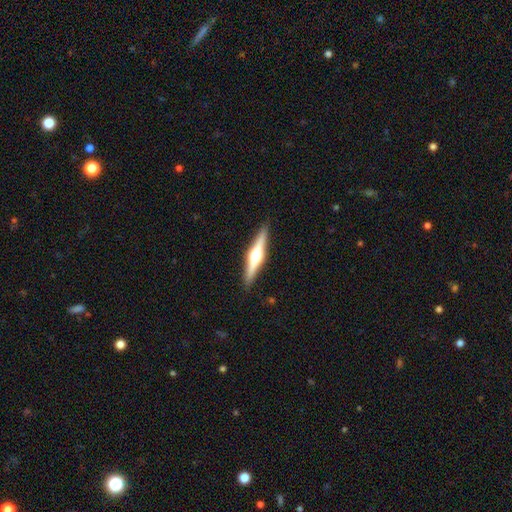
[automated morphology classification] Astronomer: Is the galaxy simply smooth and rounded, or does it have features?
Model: featured or disk — 72%.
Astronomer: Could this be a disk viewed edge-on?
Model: yes — 98%.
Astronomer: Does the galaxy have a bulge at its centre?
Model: rounded — 95%.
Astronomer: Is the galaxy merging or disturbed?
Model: none — 91%.